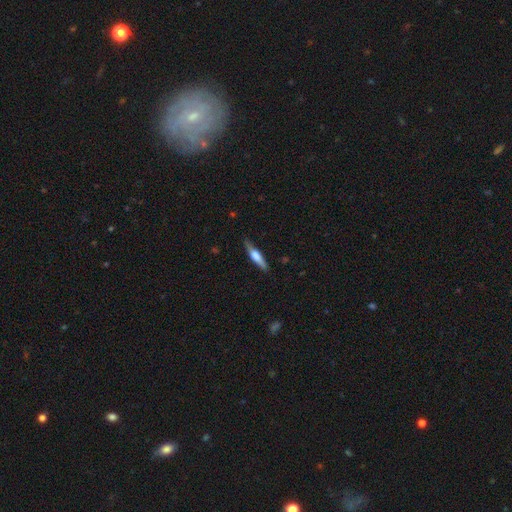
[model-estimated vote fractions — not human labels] A featured or disk galaxy (57%) viewed edge-on (96%) with a rounded central bulge (76%). Merging: none (83%).